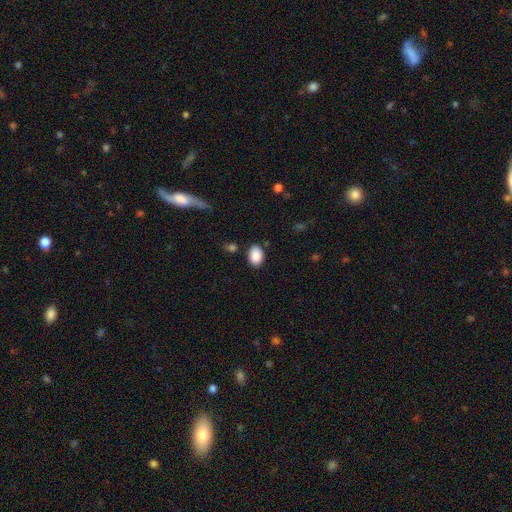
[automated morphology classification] This is clearly a smooth galaxy (88%). How rounded: clearly in between (85%). Merging: clearly none (83%).